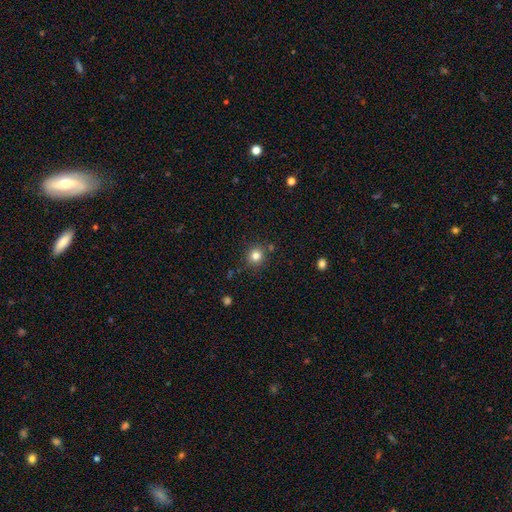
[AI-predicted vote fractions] Q: Smooth or featured?
A: smooth (81%); runner-up: star or artifact (13%)
Q: How rounded?
A: round (90%); runner-up: in between (9%)
Q: Merging?
A: none (85%); runner-up: minor disturbance (8%)